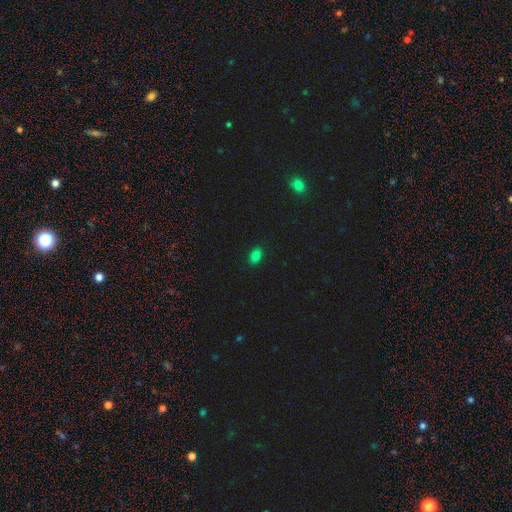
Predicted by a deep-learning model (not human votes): Smooth or featured? Predicted: smooth (p=0.80). How rounded? Predicted: in between (p=0.80). Merging? Predicted: none (p=0.87).